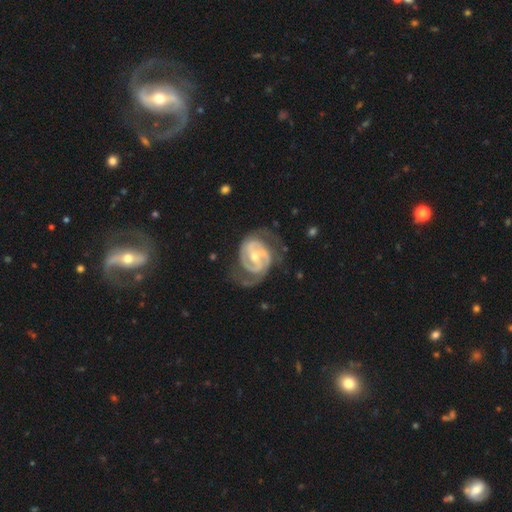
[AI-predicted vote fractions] This is clearly a featured or disk galaxy (91%). It is clearly not viewed edge-on (98%). Bar: possibly weak (47%). Spiral arm pattern: clearly yes (97%). Spiral arm count: likely 2 (74%). Spiral winding: possibly tight (48%). Central bulge: possibly moderate (51%). Merging: likely none (61%).